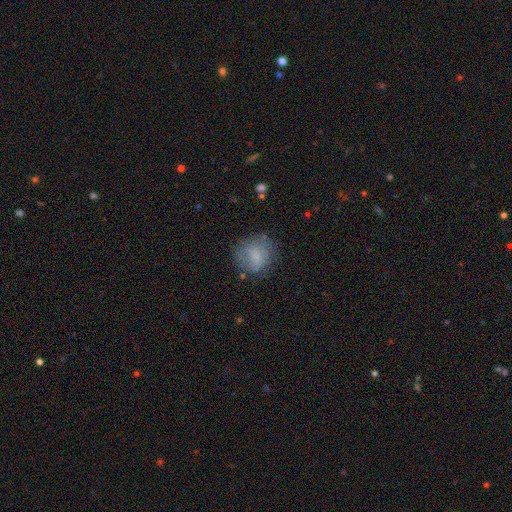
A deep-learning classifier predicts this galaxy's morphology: type=smooth (69%); roundness=round (78%); merging=none (65%).